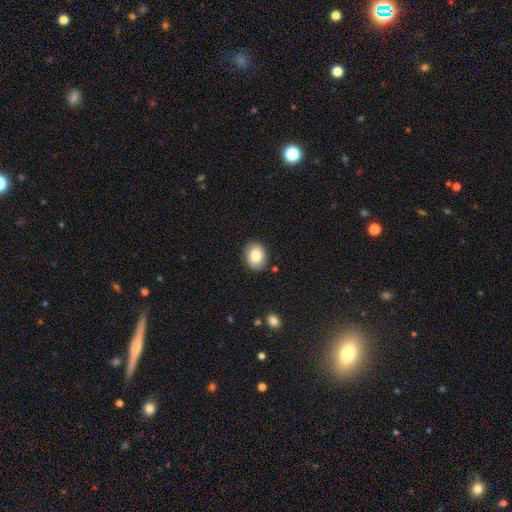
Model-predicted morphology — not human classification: Q: Smooth or featured?
A: smooth (79%); runner-up: featured or disk (13%)
Q: How rounded?
A: in between (50%); runner-up: round (49%)
Q: Merging?
A: none (85%); runner-up: minor disturbance (11%)